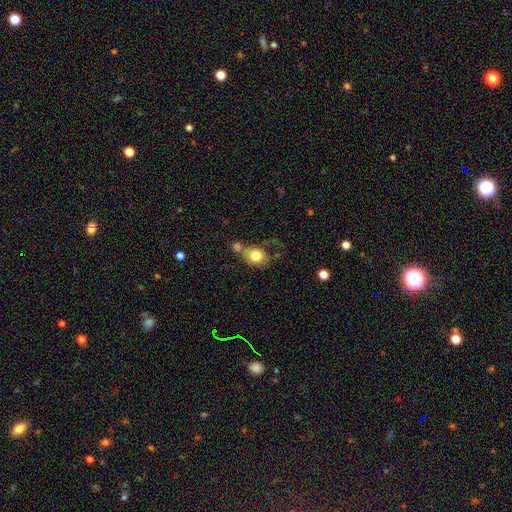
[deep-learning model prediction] A smooth galaxy with no disk features (76%) that is round (59%).

Vote fractions:
- Smooth or featured? smooth: 76% / featured or disk: 16% / star or artifact: 9%
- How rounded? round: 59% / in between: 39% / cigar-shaped: 2%
- Merging? none: 35% / merger: 31% / minor disturbance: 18% / major disturbance: 15%